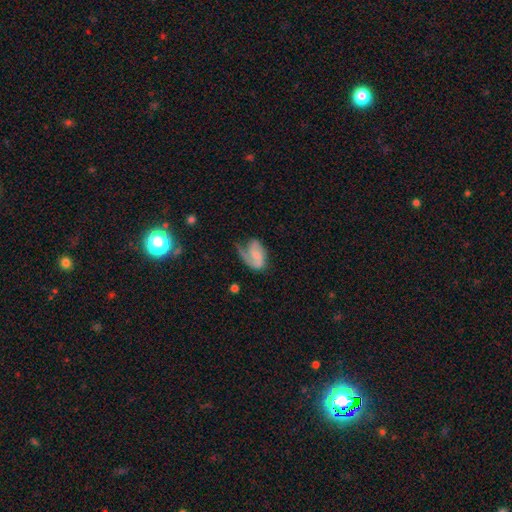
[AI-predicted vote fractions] smooth_or_featured: featured or disk (p=0.63) [alt: smooth p=0.30]
disk_edge_on: no (p=0.98) [alt: yes p=0.02]
bar: no (p=0.53) [alt: weak p=0.36]
has_spiral_arms: yes (p=0.88) [alt: no p=0.12]
spiral_winding: medium (p=0.39) [tied with: loose p=0.39]
spiral_arm_count: 1 (p=0.49) [alt: 2 p=0.41]
bulge_size: none (p=0.51) [alt: small p=0.29]
merging: none (p=0.35) [alt: major disturbance p=0.34]